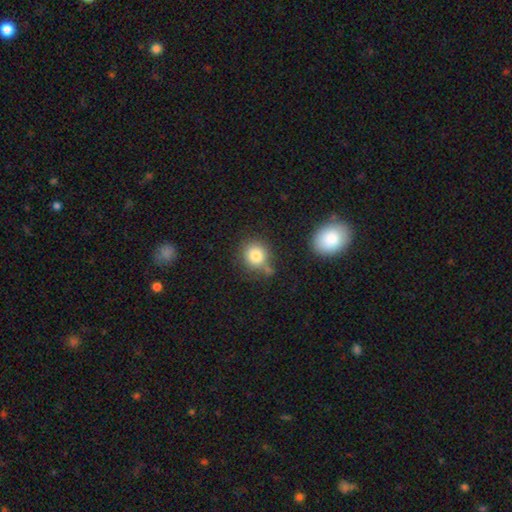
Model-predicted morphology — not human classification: smooth_or_featured: smooth (p=0.82) [alt: star or artifact p=0.10]
how_rounded: round (p=0.85) [alt: in between p=0.14]
merging: none (p=0.64) [alt: minor disturbance p=0.17]